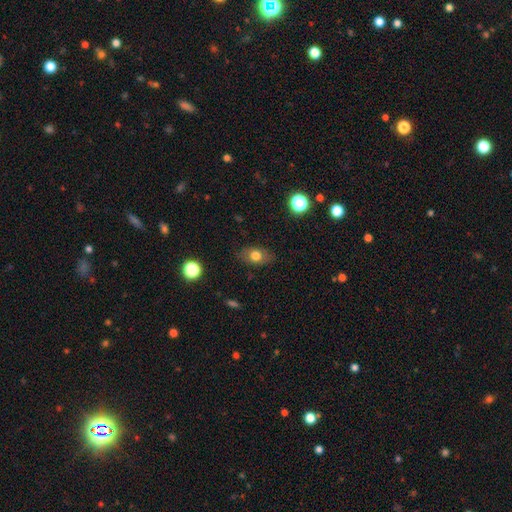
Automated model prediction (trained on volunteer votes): Smooth or featured? Predicted: smooth (p=0.73). How rounded? Predicted: in between (p=0.79). Merging? Predicted: none (p=0.82).